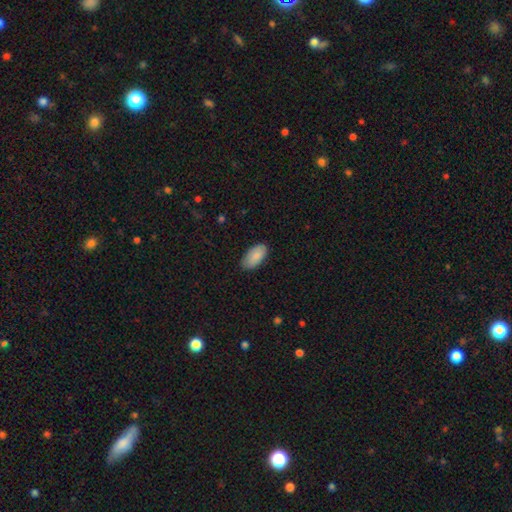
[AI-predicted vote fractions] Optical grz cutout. It shows a smooth galaxy with no disk features (87%) that is in between round and cigar-shaped (95%). Merging: none (82%).